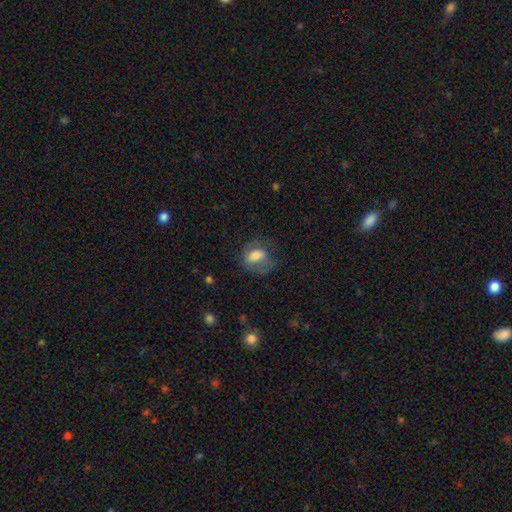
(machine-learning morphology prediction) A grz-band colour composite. It shows a smooth galaxy with no disk features (69%) that is in between round and cigar-shaped (68%). Merging: none (48%).